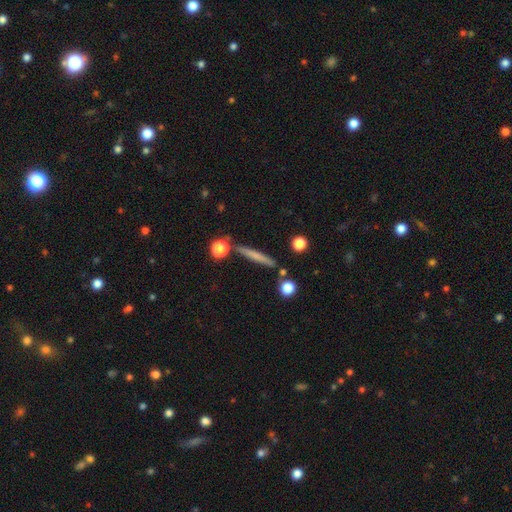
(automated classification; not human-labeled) The model was most divided on "smooth or featured": smooth: 60%, featured or disk: 33%, star or artifact: 7%. More confident: how rounded — cigar-shaped (92%); merging — none (82%).